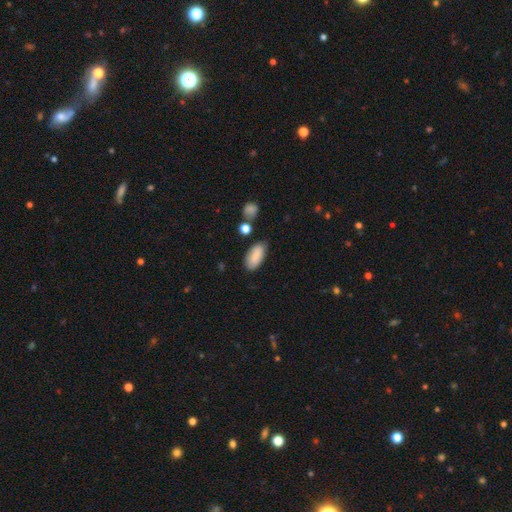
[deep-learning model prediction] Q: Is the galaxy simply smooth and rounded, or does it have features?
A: smooth — 86%.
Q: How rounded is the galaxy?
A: in between — 92%.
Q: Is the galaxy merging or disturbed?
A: none — 77%.